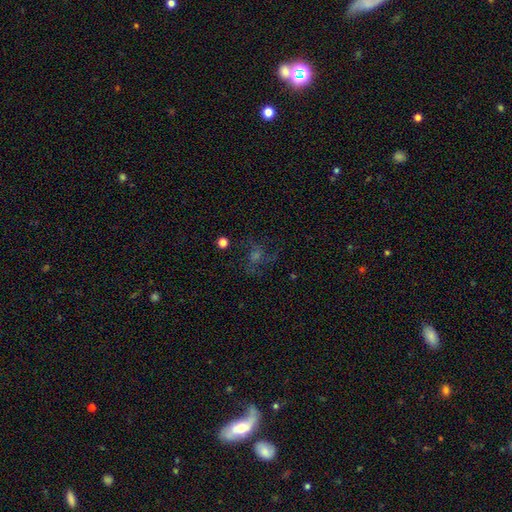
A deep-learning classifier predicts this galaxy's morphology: Smooth or featured?
  - featured or disk: 41% *
  - star or artifact: 39%
  - smooth: 20%
Merging?
  - none: 71% *
  - minor disturbance: 13%
  - major disturbance: 12%
  - merger: 3%